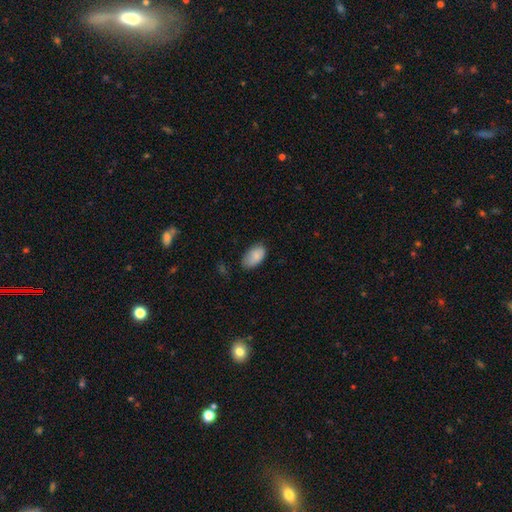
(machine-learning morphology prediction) Smooth or featured? Predicted: smooth (p=0.86). How rounded? Predicted: in between (p=0.93). Merging? Predicted: none (p=0.65).